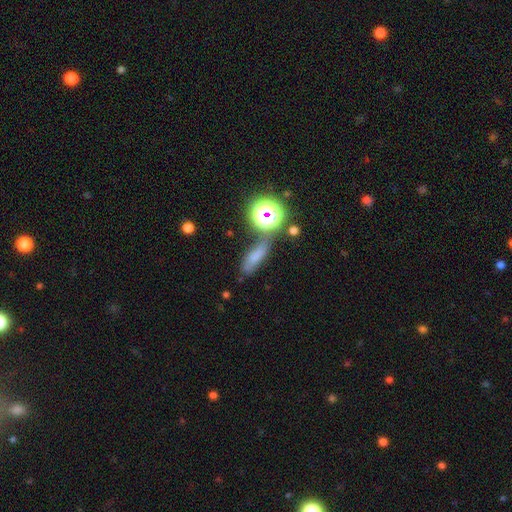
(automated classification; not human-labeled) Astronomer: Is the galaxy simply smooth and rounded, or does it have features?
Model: smooth — 63%.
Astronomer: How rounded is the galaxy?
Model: in between — 41% (runner-up: cigar-shaped, 39%).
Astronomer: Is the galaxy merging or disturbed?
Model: none — 61%.